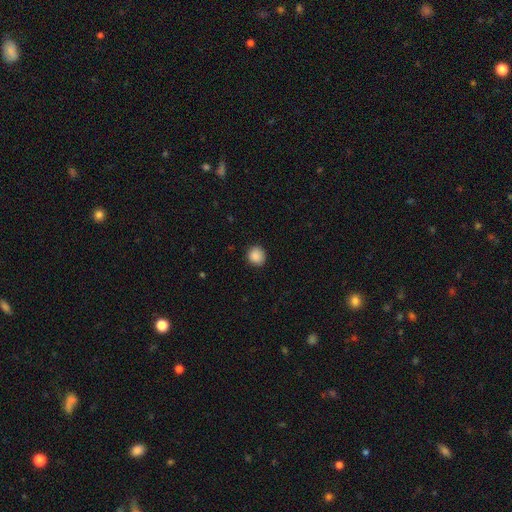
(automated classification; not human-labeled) smooth 89%, star or artifact 9%, featured or disk 3%. Down the decision tree: how rounded — round (84%); merging — none (88%).